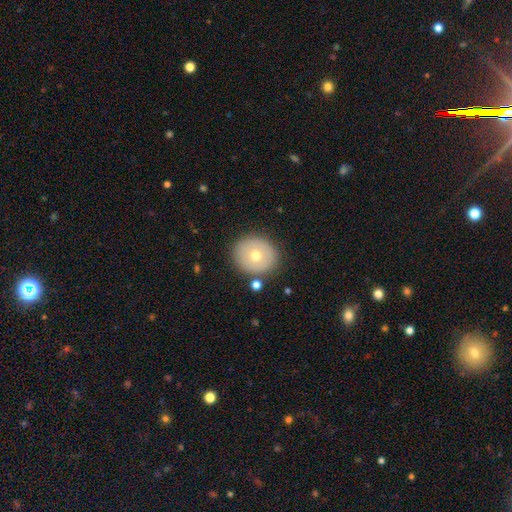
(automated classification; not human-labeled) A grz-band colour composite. It shows a smooth galaxy with no disk features (64%) that is round (80%). Merging: none (86%).